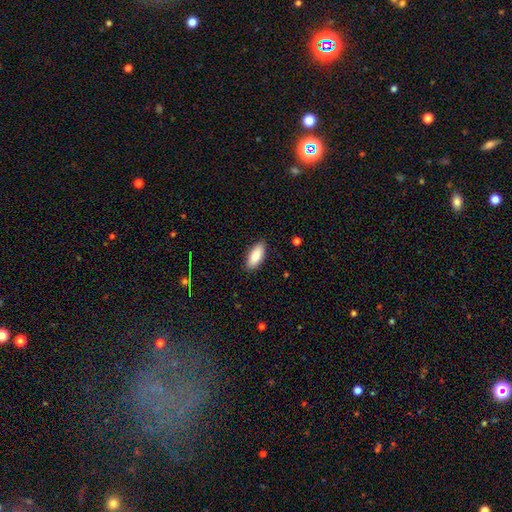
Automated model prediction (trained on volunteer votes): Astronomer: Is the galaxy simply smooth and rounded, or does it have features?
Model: smooth — 87%.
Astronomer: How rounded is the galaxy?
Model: in between — 85%.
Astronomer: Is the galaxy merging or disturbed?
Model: none — 88%.